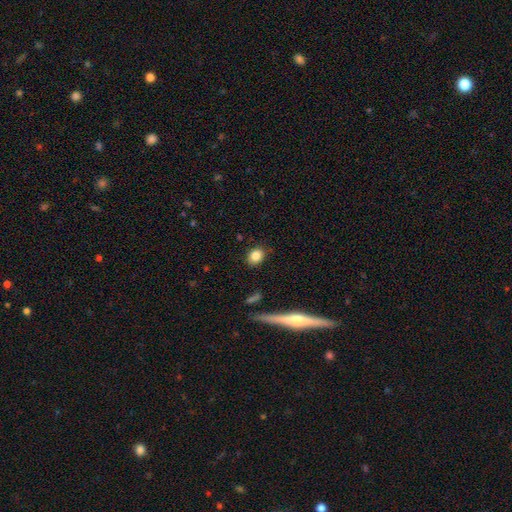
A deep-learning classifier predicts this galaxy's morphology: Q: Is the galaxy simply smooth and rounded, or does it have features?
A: smooth — 83%.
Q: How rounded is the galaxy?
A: round — 54%.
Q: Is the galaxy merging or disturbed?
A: none — 87%.